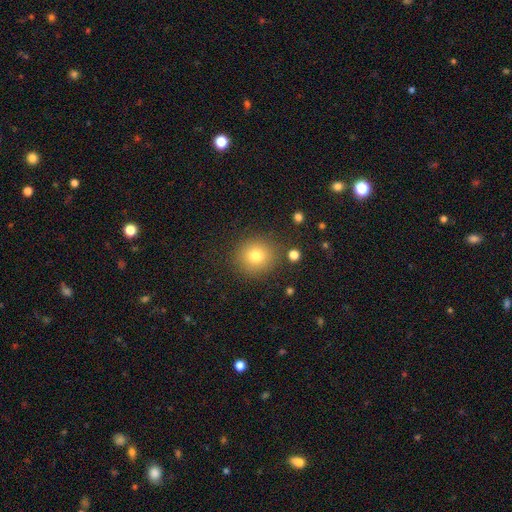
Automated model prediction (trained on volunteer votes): Smooth or featured? Predicted: smooth (p=0.76). How rounded? Predicted: round (p=0.90). Merging? Predicted: none (p=0.86).